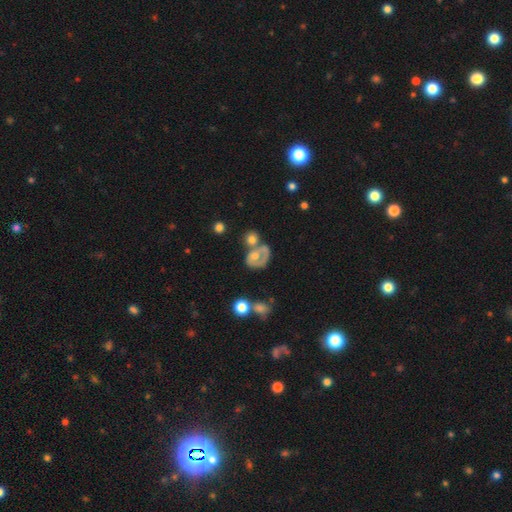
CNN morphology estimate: Smooth or featured?
  - smooth: 46% *
  - featured or disk: 45%
  - star or artifact: 9%
Merging?
  - merger: 39% *
  - none: 29%
  - major disturbance: 17%
  - minor disturbance: 16%